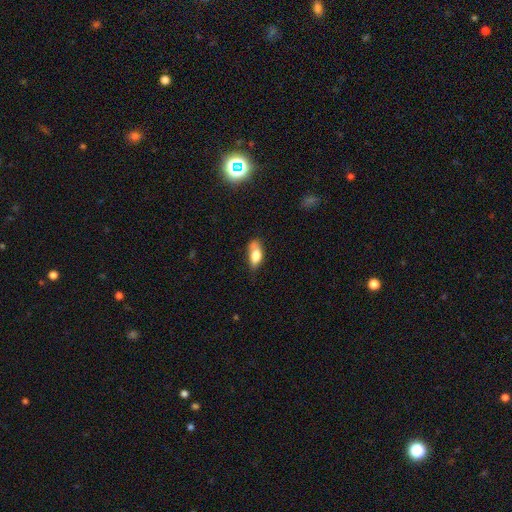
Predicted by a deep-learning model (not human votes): smooth_or_featured: smooth (p=0.74) [alt: featured or disk p=0.18]
how_rounded: in between (p=0.84) [alt: cigar-shaped p=0.11]
merging: none (p=0.44) [alt: minor disturbance p=0.35]